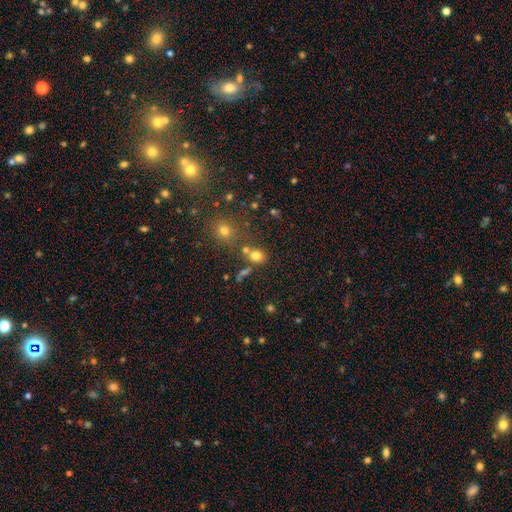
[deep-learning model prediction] smooth-or-featured: smooth: 76% | star or artifact: 15% | featured or disk: 9%
  how-rounded: round: 52% | in between: 47% | cigar-shaped: 1%
  merging: none: 57% | merger: 26% | minor disturbance: 12% | major disturbance: 5%